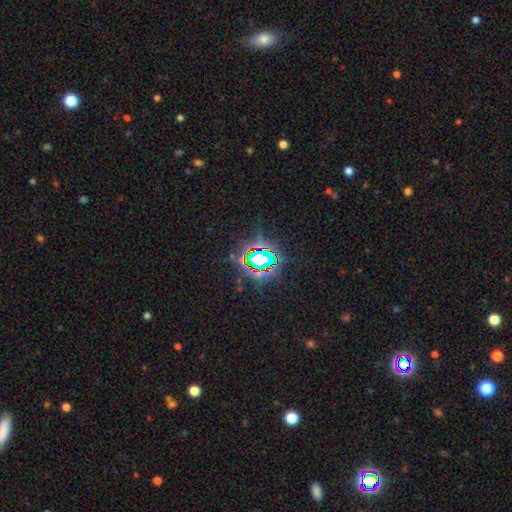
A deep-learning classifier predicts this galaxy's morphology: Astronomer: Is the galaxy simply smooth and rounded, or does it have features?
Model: star or artifact — 76%.